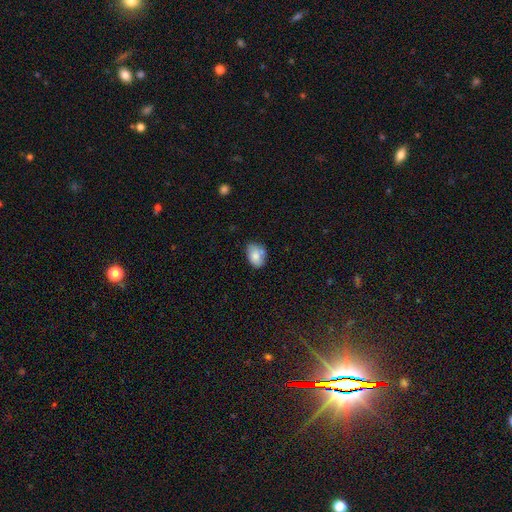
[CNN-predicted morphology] This appears to be a smooth galaxy with no disk features (77%) that is in between round and cigar-shaped (76%). Merging: none (58%).